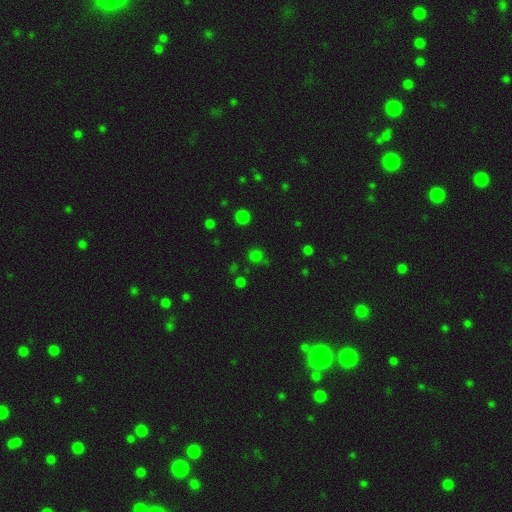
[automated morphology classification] smooth 67%, star or artifact 28%, featured or disk 5%. Down the decision tree: how rounded — round (88%); merging — none (77%).